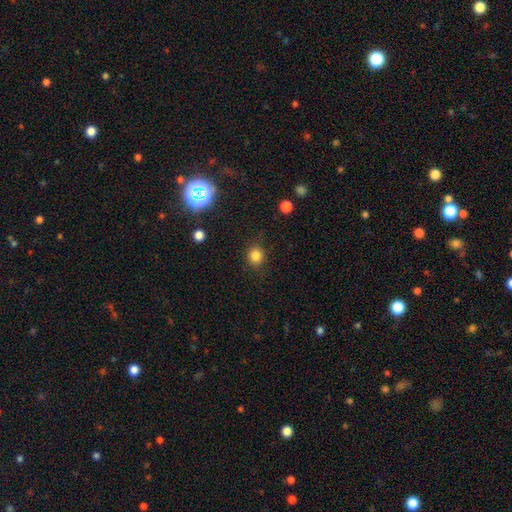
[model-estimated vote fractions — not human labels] This is clearly a smooth galaxy (82%). How rounded: clearly round (83%). Merging: clearly none (86%).